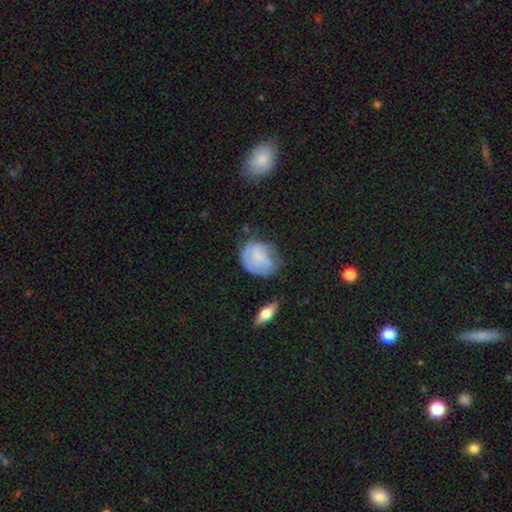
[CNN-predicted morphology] type=featured or disk (50%); merging=none (53%).